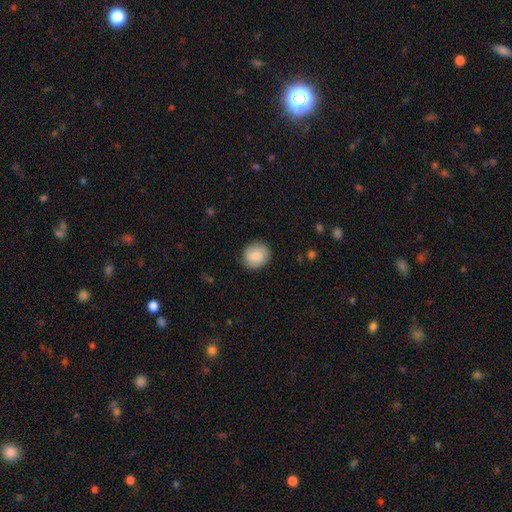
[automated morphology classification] smooth_or_featured: smooth (p=0.80) [alt: featured or disk p=0.13]
how_rounded: round (p=0.85) [alt: in between p=0.14]
merging: none (p=0.87) [alt: minor disturbance p=0.09]